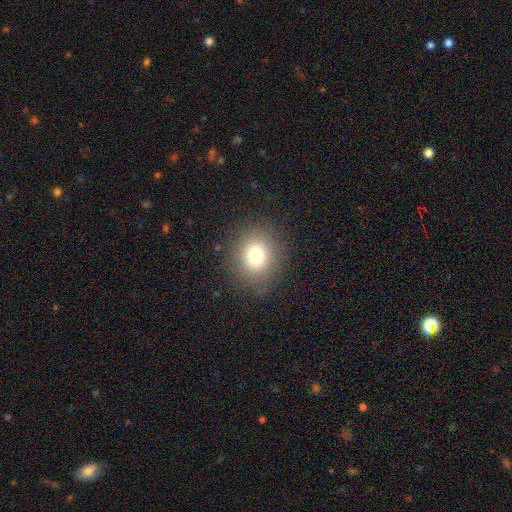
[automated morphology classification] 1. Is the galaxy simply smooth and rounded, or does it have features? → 76% smooth, 14% star or artifact, 10% featured or disk.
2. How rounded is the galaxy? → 76% round, 23% in between, 1% cigar-shaped.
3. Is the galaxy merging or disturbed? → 85% none, 10% minor disturbance, 5% major disturbance, 1% merger.